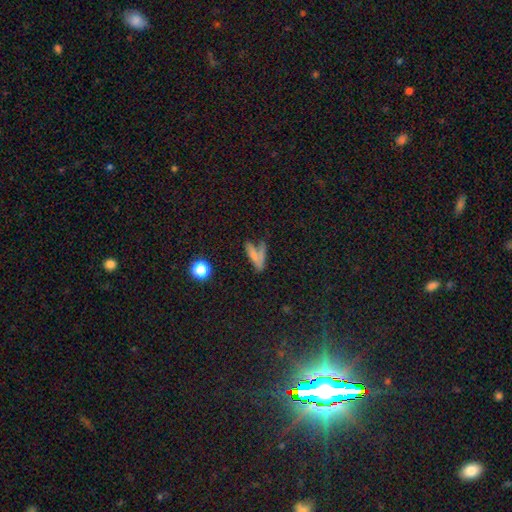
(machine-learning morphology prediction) A smooth galaxy with no disk features (58%) that is cigar-shaped (52%). Merging: none (43%).